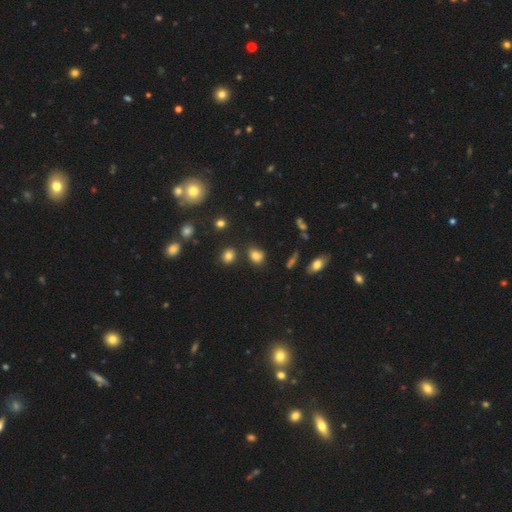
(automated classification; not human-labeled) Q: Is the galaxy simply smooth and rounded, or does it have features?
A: smooth — 80%.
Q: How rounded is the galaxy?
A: in between — 59%.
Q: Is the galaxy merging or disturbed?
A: none — 76%.